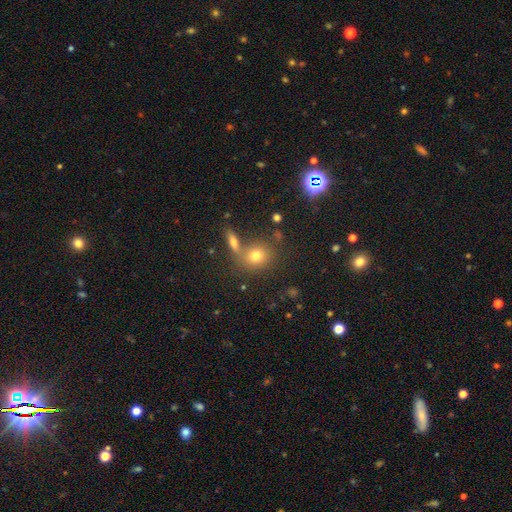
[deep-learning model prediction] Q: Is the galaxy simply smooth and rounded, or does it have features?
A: smooth — 73%.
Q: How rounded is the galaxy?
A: round — 73%.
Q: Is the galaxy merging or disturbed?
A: none — 61%.